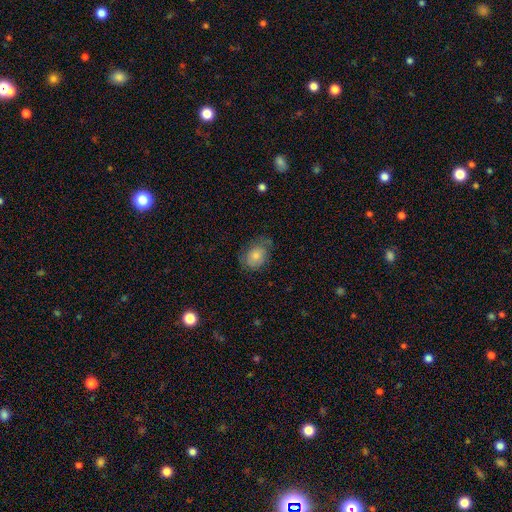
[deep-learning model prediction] Smooth or featured: smooth — 67% (featured or disk — 23%)
How rounded: in between — 67% (round — 31%)
Merging: none — 62% (minor disturbance — 27%)